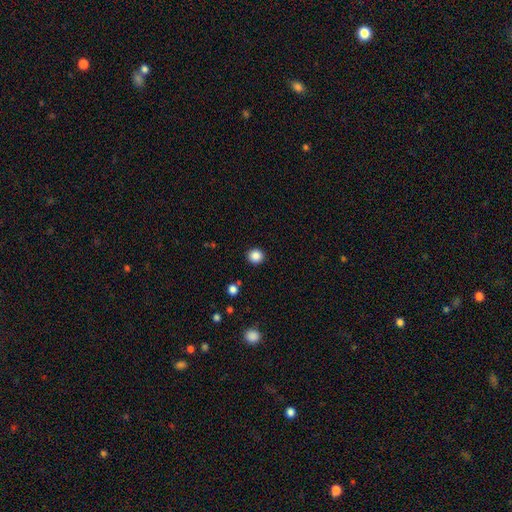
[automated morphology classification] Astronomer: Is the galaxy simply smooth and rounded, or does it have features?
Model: smooth — 86%.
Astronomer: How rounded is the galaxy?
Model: round — 93%.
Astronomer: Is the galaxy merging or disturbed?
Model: none — 92%.